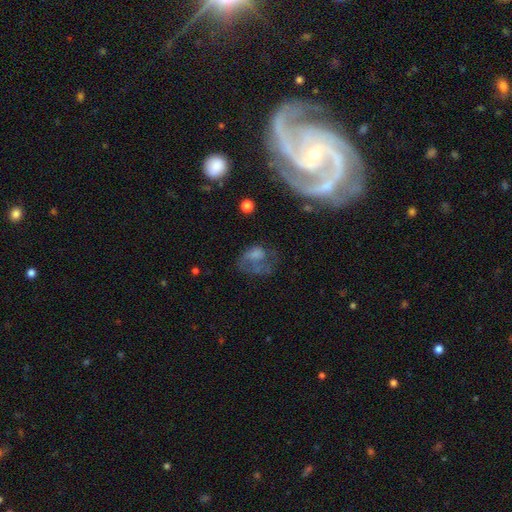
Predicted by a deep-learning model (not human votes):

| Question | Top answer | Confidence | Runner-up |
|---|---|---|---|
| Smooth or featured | smooth | 50% | featured or disk (37%) |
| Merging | major disturbance | 47% | none (28%) |